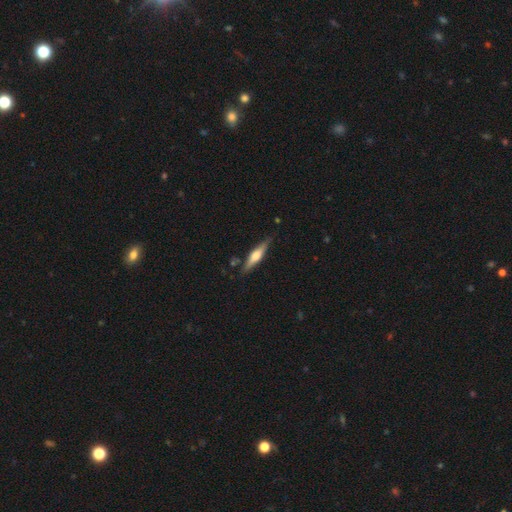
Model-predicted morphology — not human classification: type=featured or disk (59%); edge-on=yes (95%); edge-on bulge=rounded (89%); merging=none (83%).